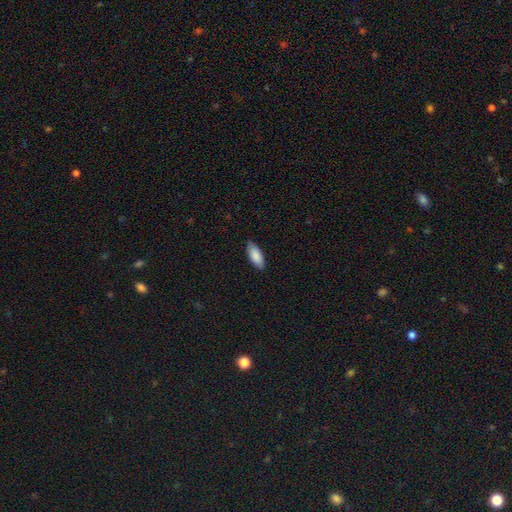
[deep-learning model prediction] This appears to be a smooth galaxy with no disk features (88%) that is in between round and cigar-shaped (85%). Merging: none (84%).